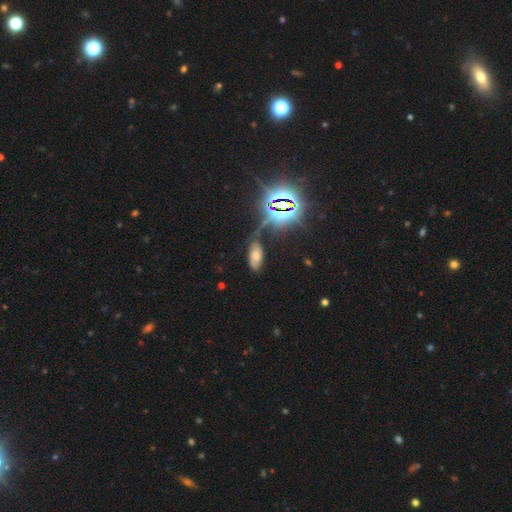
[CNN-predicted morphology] type=smooth (52%); roundness=in between (88%); merging=none (62%).